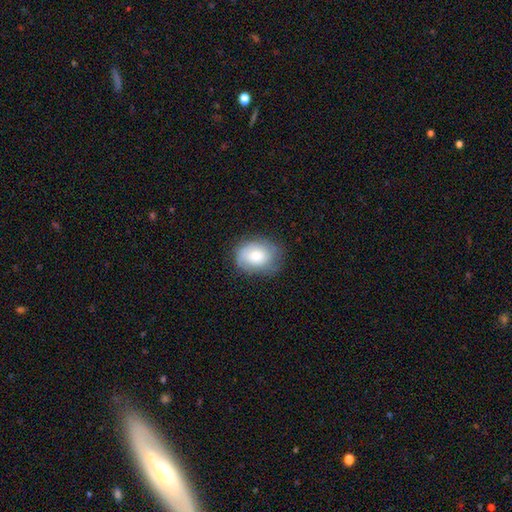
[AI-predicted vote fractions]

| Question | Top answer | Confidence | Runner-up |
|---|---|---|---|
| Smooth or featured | smooth | 64% | featured or disk (28%) |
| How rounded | in between | 58% | round (41%) |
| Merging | none | 67% | minor disturbance (24%) |